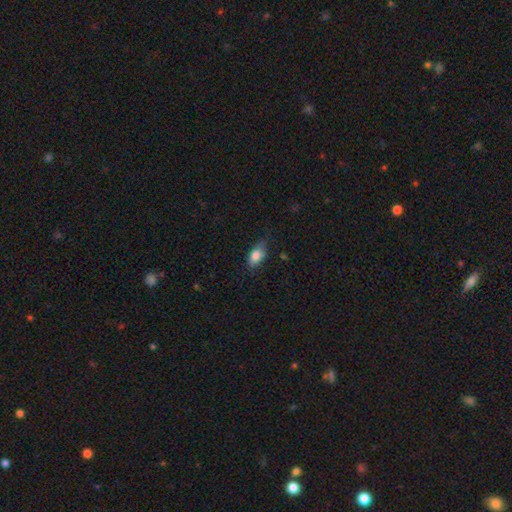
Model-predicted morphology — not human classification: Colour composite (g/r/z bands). It shows a smooth galaxy with no disk features (82%) that is in between round and cigar-shaped (87%). Merging: none (64%).